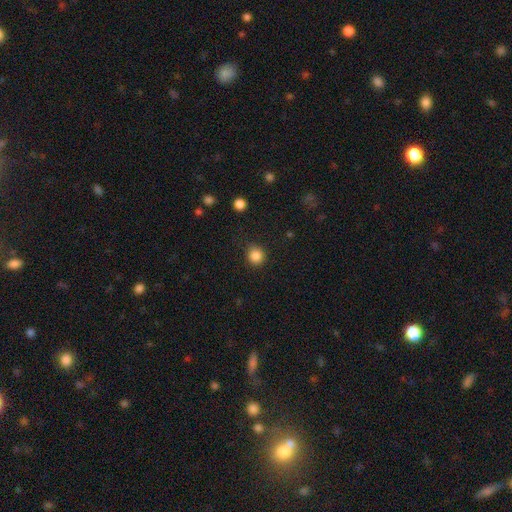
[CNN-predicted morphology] Overall: smooth (85%). How rounded: round (90%). Merging: none (86%).